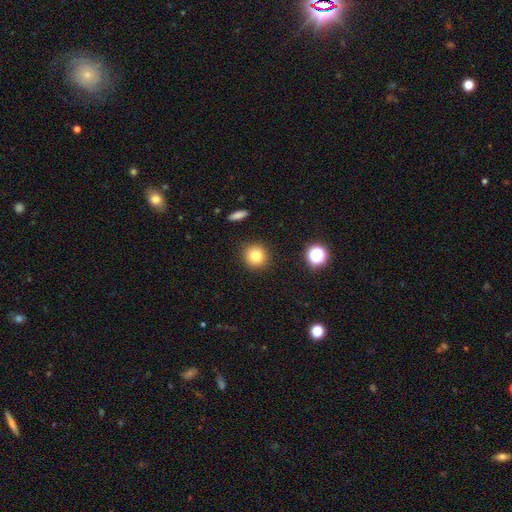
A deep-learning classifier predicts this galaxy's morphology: Overall: smooth (80%). How rounded: round (92%). Merging: none (90%).